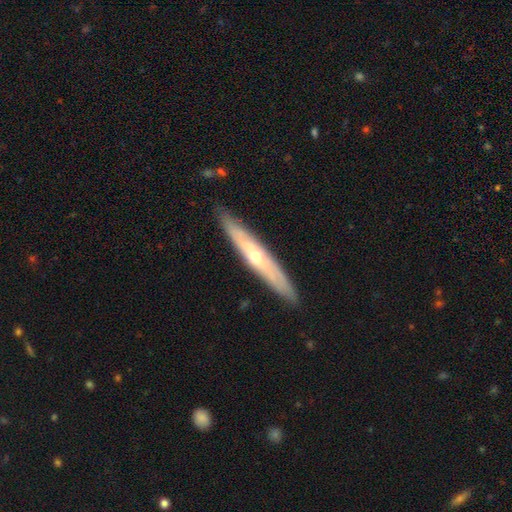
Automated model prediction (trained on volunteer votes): smooth_or_featured: featured or disk (p=0.60) [alt: smooth p=0.34]
disk_edge_on: yes (p=0.79) [alt: no p=0.21]
merging: none (p=0.88) [alt: minor disturbance p=0.09]